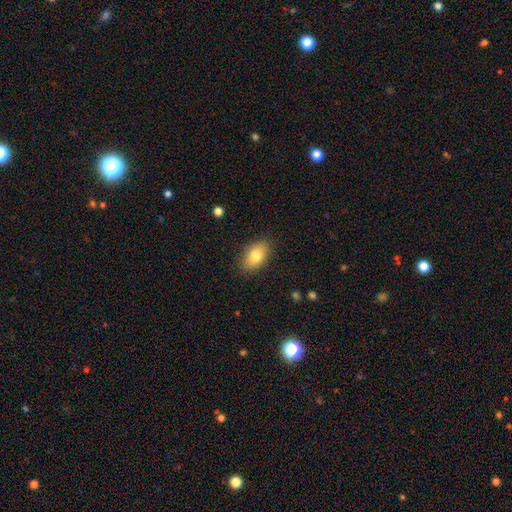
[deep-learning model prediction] A smooth galaxy with no disk features (79%) that is in between round and cigar-shaped (88%).

Vote fractions:
- Smooth or featured? smooth: 79% / featured or disk: 13% / star or artifact: 8%
- How rounded? in between: 88% / round: 10% / cigar-shaped: 2%
- Merging? none: 85% / minor disturbance: 11% / major disturbance: 3% / merger: 1%